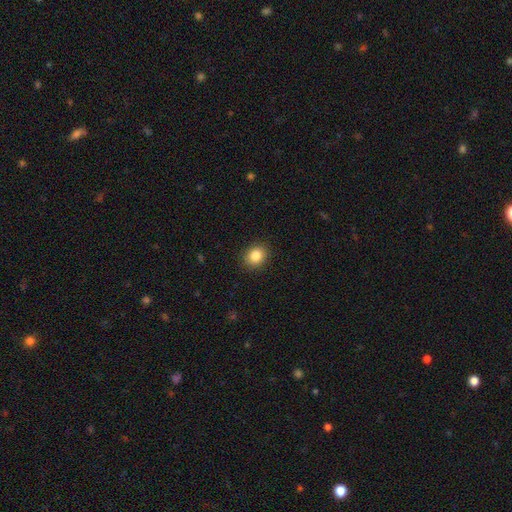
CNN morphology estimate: Smooth or featured? Predicted: smooth (p=0.85). How rounded? Predicted: round (p=0.64). Merging? Predicted: none (p=0.90).